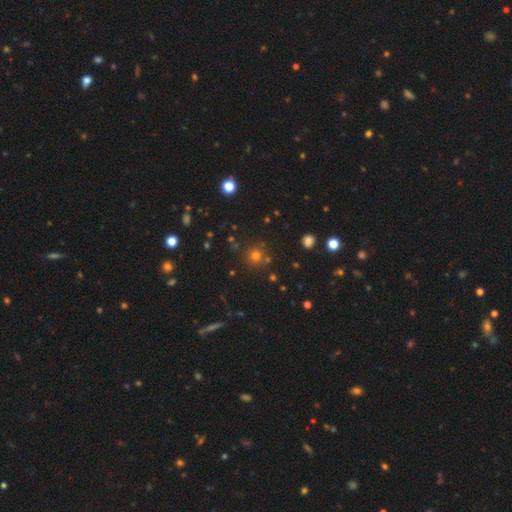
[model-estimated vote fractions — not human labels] Smooth or featured: smooth — 70% (star or artifact — 23%)
How rounded: round — 93% (in between — 6%)
Merging: none — 82% (minor disturbance — 8%)